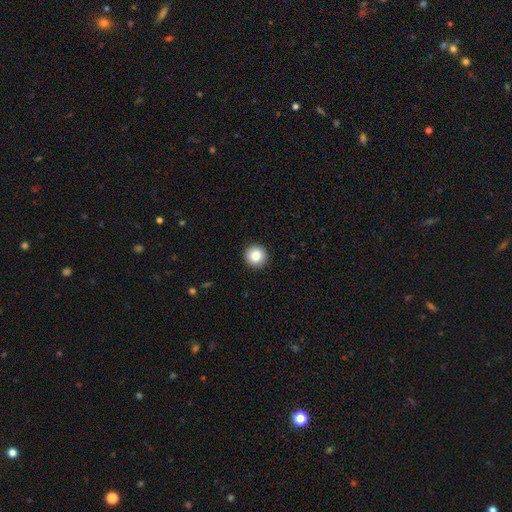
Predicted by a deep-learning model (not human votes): A smooth galaxy with no disk features (88%) that is round (95%). Merging: none (93%).